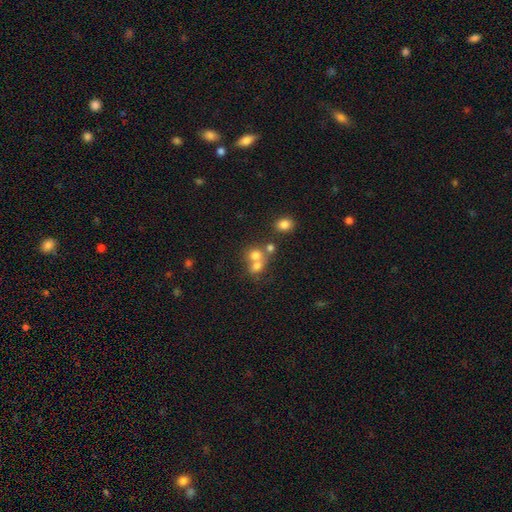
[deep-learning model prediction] smooth-or-featured: smooth: 69% | featured or disk: 16% | star or artifact: 14%
  how-rounded: round: 71% | in between: 28% | cigar-shaped: 1%
  merging: merger: 57% | none: 32% | minor disturbance: 7% | major disturbance: 4%